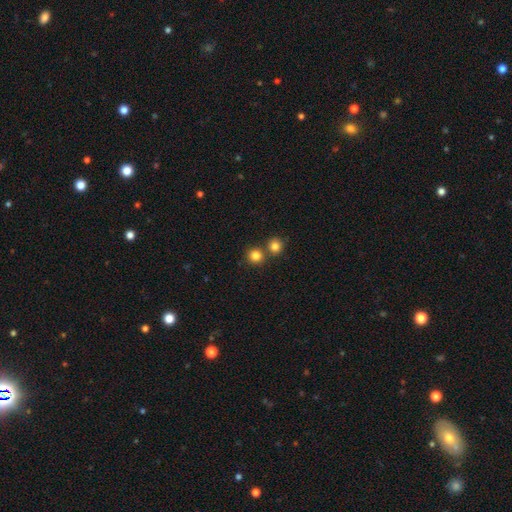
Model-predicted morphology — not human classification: This is clearly a smooth galaxy (82%). How rounded: clearly round (92%). Merging: likely none (70%).